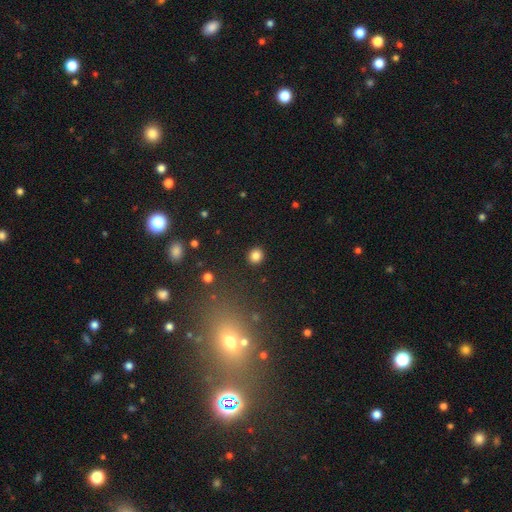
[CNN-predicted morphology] The model was most divided on "how rounded": round: 85%, in between: 14%, cigar-shaped: 1%. More confident: merging — none (91%); smooth or featured — smooth (84%).